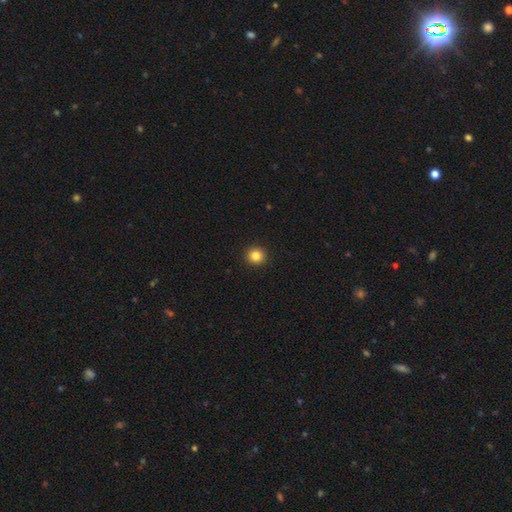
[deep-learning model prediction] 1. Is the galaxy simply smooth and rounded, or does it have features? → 84% smooth, 11% star or artifact, 4% featured or disk.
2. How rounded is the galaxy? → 93% round, 6% in between, 1% cigar-shaped.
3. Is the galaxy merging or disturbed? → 93% none, 4% minor disturbance, 1% major disturbance, 1% merger.